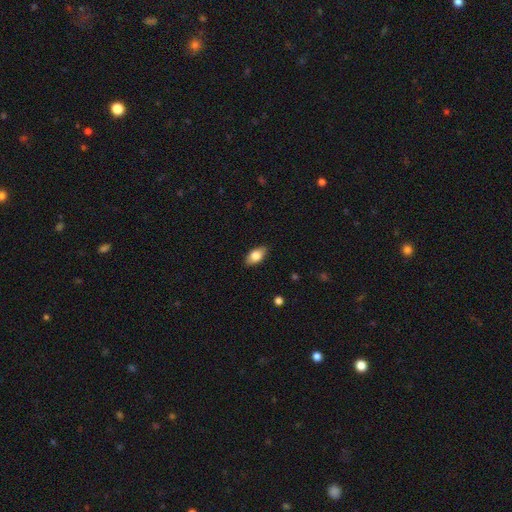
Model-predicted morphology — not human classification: A smooth galaxy with no disk features (78%) that is in between round and cigar-shaped (91%). Merging: none (87%).